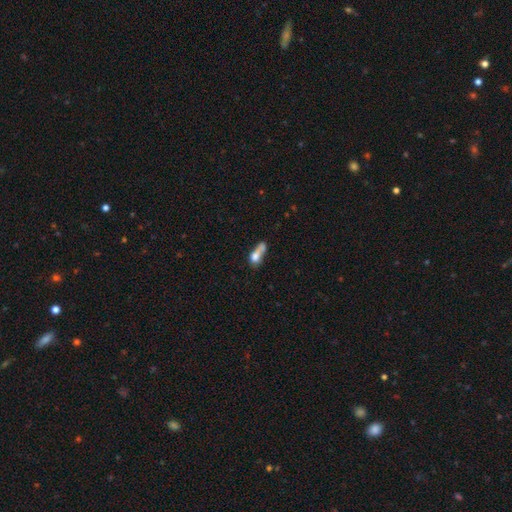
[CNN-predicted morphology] Smooth or featured? Predicted: smooth (p=0.67). How rounded? Predicted: in between (p=0.62). Merging? Predicted: merger (p=0.45).